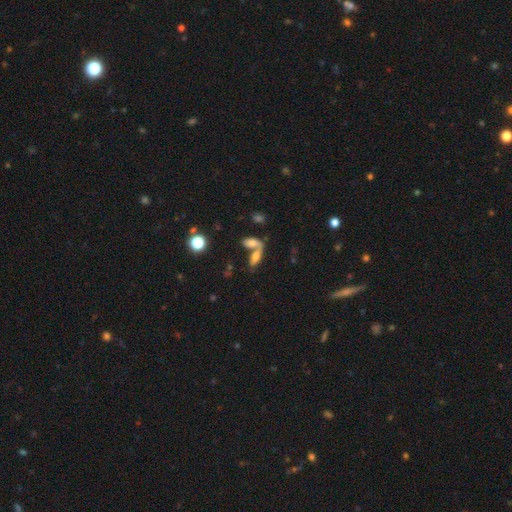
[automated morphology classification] A smooth galaxy with no disk features (63%) that is in between round and cigar-shaped (71%).

Vote fractions:
- Smooth or featured? smooth: 63% / featured or disk: 24% / star or artifact: 13%
- How rounded? in between: 71% / cigar-shaped: 21% / round: 8%
- Merging? merger: 60% / none: 28% / minor disturbance: 7% / major disturbance: 5%